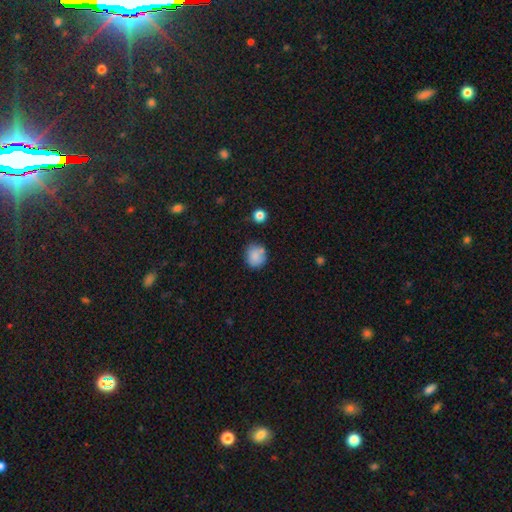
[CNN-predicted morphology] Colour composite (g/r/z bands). It shows a smooth galaxy with no disk features (81%) that is round (77%). Merging: none (67%).